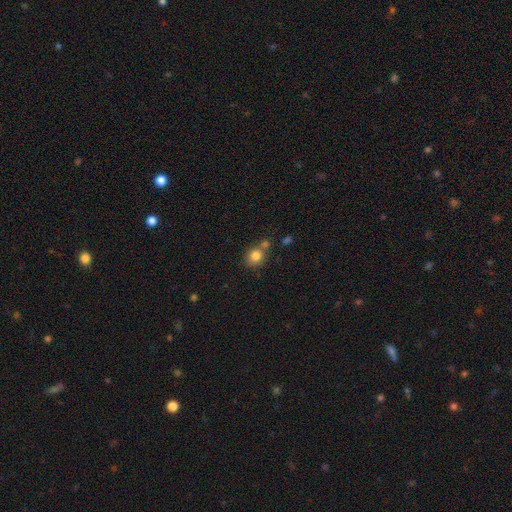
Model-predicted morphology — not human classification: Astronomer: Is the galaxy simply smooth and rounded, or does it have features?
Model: smooth — 81%.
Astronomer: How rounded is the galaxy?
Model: round — 73%.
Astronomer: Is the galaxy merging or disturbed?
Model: none — 59%.